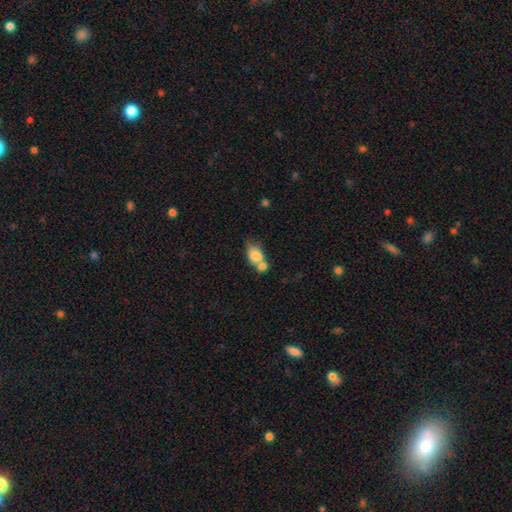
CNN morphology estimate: A smooth galaxy with no disk features (75%) that is in between round and cigar-shaped (77%).

Vote fractions:
- Smooth or featured? smooth: 75% / featured or disk: 17% / star or artifact: 8%
- How rounded? in between: 77% / round: 20% / cigar-shaped: 4%
- Merging? merger: 58% / none: 24% / minor disturbance: 11% / major disturbance: 6%